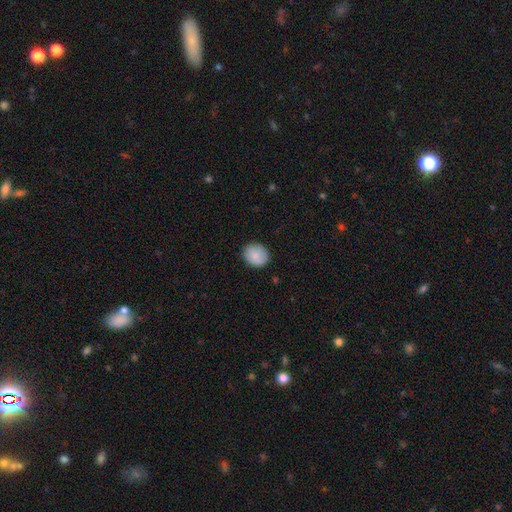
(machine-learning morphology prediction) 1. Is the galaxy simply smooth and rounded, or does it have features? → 88% smooth, 7% star or artifact, 6% featured or disk.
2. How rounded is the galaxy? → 66% round, 33% in between, 1% cigar-shaped.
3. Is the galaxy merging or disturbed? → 87% none, 10% minor disturbance, 2% major disturbance, 1% merger.